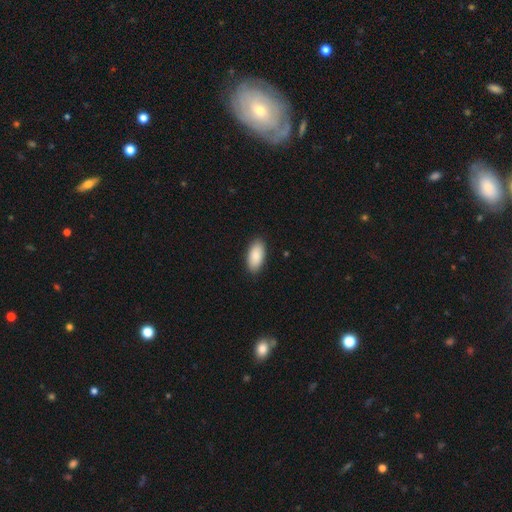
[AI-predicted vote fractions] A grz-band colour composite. It shows a smooth galaxy with no disk features (89%) that is in between round and cigar-shaped (93%). Merging: none (89%).